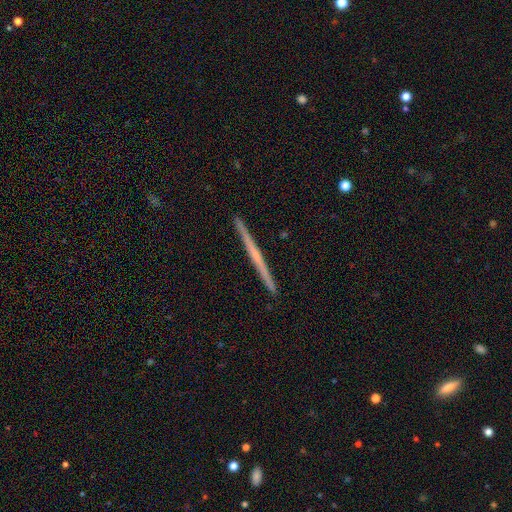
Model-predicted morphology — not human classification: Overall: featured or disk (68%). Edge-on disk: yes (98%). Edge-on bulge: none (63%; rounded 31%). Merging: none (93%).